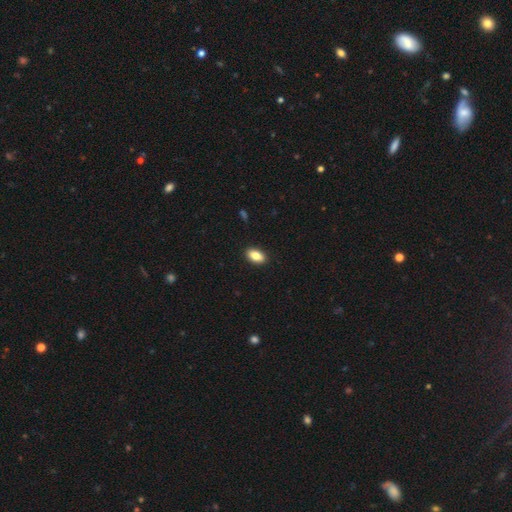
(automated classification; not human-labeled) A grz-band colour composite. It shows a smooth galaxy with no disk features (84%) that is in between round and cigar-shaped (89%). Merging: none (91%).